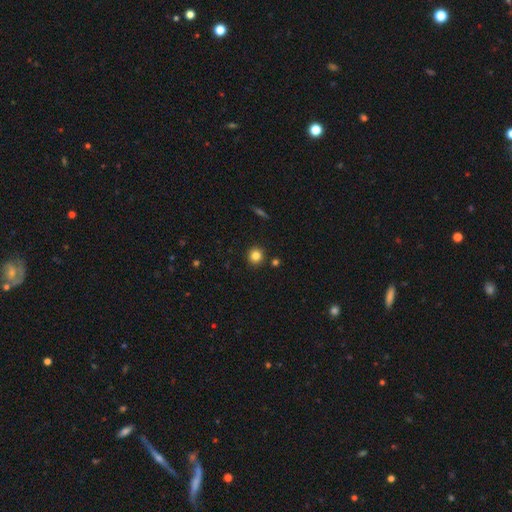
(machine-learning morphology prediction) A smooth galaxy with no disk features (82%) that is round (92%). Merging: none (90%).